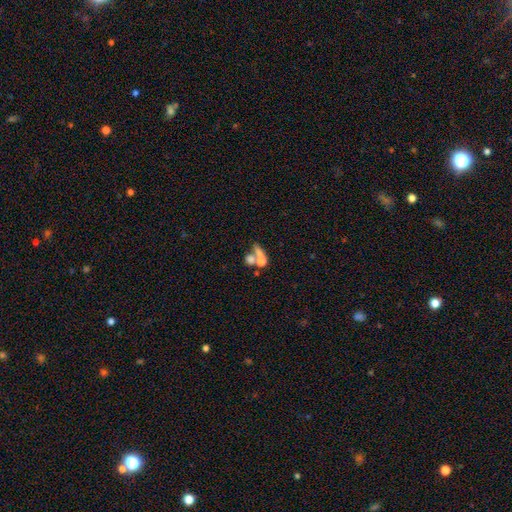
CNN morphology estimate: Overall: smooth (58%; featured or disk 26%). How rounded: round (45%; in between 44%). Merging: merger (54%; none 29%).